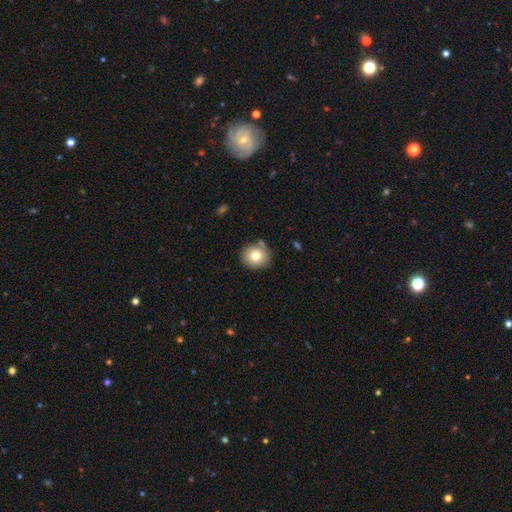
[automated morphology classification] smooth-or-featured: smooth: 77% | featured or disk: 12% | star or artifact: 10%
  how-rounded: round: 81% | in between: 18% | cigar-shaped: 1%
  merging: none: 79% | minor disturbance: 12% | merger: 6% | major disturbance: 3%